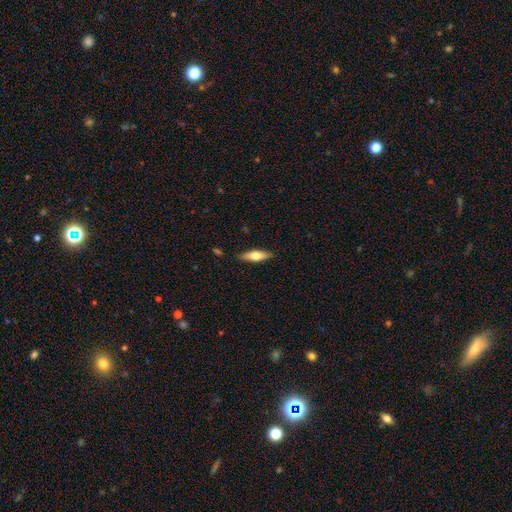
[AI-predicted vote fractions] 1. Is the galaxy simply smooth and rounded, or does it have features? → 54% smooth, 40% featured or disk, 6% star or artifact.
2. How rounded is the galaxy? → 49% cigar-shaped, 48% in between, 2% round.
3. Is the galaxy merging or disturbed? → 87% none, 9% minor disturbance, 2% major disturbance, 1% merger.